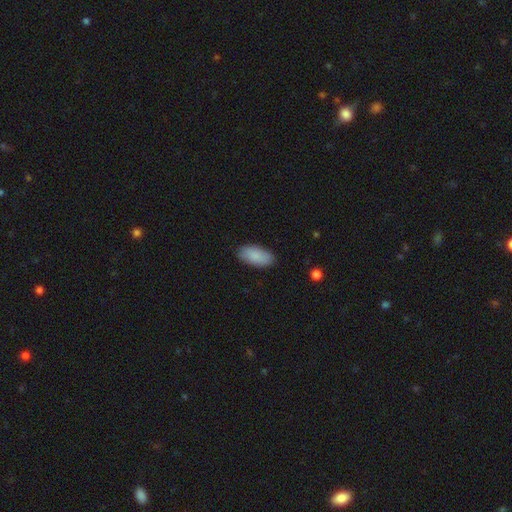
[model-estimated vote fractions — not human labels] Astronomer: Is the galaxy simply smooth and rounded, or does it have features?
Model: smooth — 88%.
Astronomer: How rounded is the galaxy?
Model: in between — 93%.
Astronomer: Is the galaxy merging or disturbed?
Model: none — 86%.